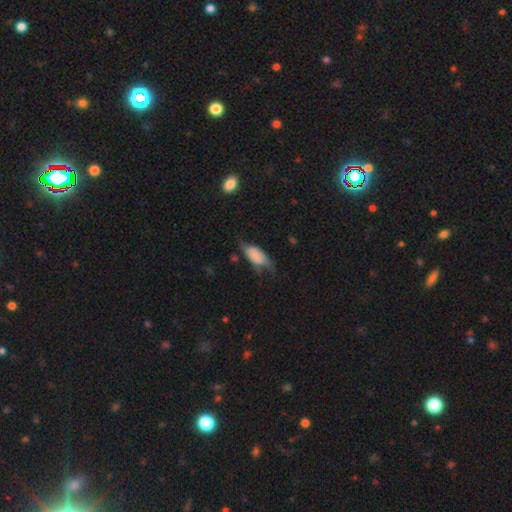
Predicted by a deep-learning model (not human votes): smooth-or-featured: smooth: 55% | featured or disk: 37% | star or artifact: 8%
  how-rounded: in between: 87% | cigar-shaped: 9% | round: 4%
  merging: none: 40% | minor disturbance: 31% | major disturbance: 26% | merger: 3%